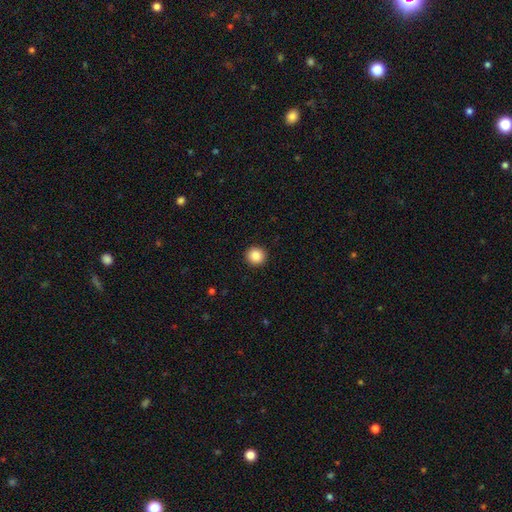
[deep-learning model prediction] smooth 88%, star or artifact 9%, featured or disk 3%. Down the decision tree: how rounded — round (94%); merging — none (93%).